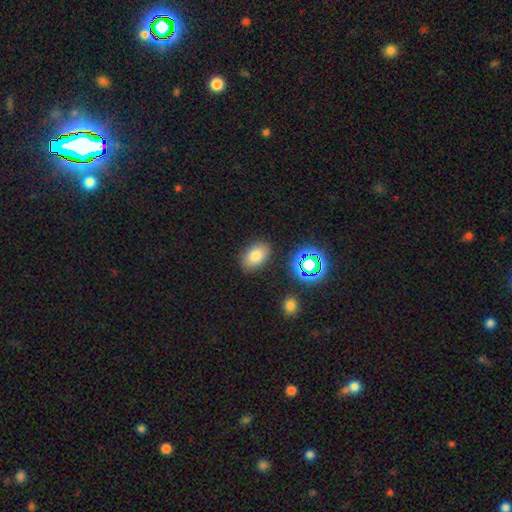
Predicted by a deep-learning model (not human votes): Overall: smooth (76%). How rounded: in between (86%). Merging: none (84%).